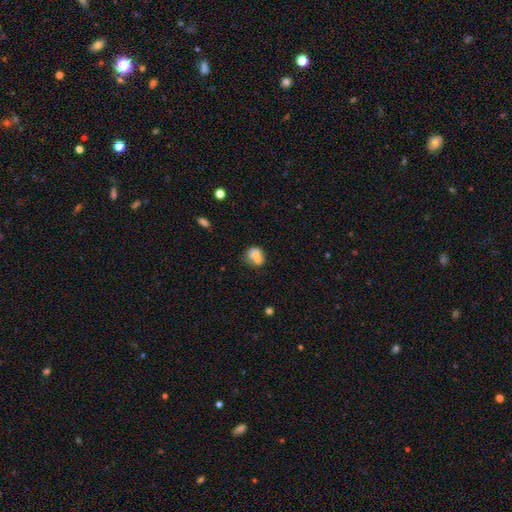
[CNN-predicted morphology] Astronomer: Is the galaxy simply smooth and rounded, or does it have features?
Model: smooth — 67%.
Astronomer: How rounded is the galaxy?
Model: round — 62%.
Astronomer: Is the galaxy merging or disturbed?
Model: none — 39% (runner-up: merger, 37%).